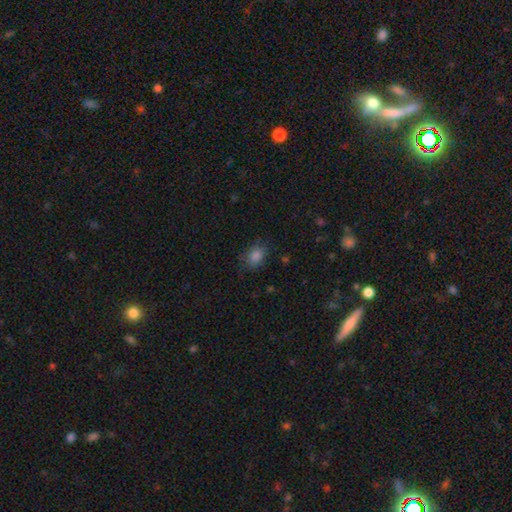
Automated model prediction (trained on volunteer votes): A smooth galaxy with no disk features (83%) that is in between round and cigar-shaped (68%).

Vote fractions:
- Smooth or featured? smooth: 83% / star or artifact: 12% / featured or disk: 5%
- How rounded? in between: 68% / round: 30% / cigar-shaped: 1%
- Merging? none: 79% / minor disturbance: 16% / major disturbance: 4% / merger: 1%